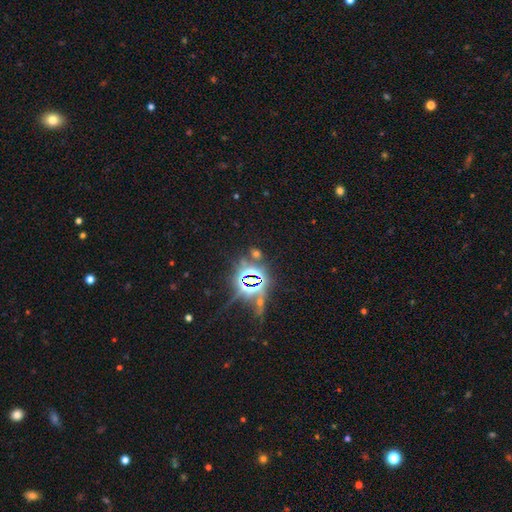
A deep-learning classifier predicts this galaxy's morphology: Smooth or featured?
  - star or artifact: 84% *
  - smooth: 9%
  - featured or disk: 8%